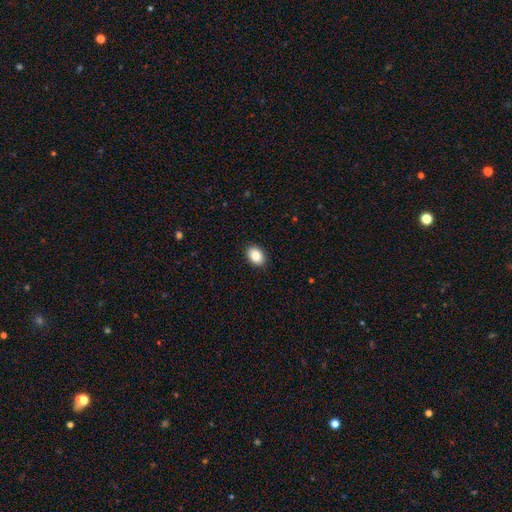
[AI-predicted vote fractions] Smooth or featured? Predicted: smooth (p=0.86). How rounded? Predicted: in between (p=0.81). Merging? Predicted: none (p=0.90).